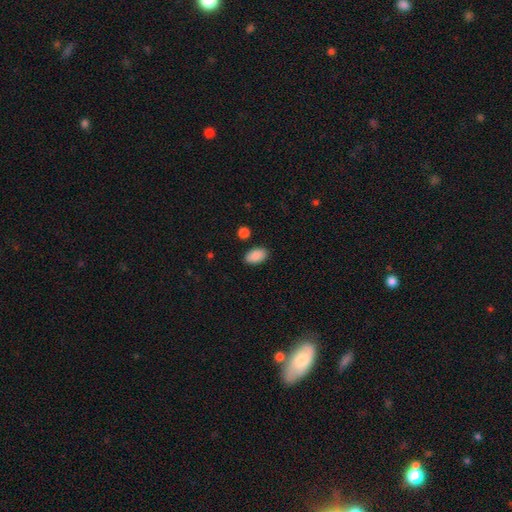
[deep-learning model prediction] Overall: smooth (89%). How rounded: in between (93%). Merging: none (86%).